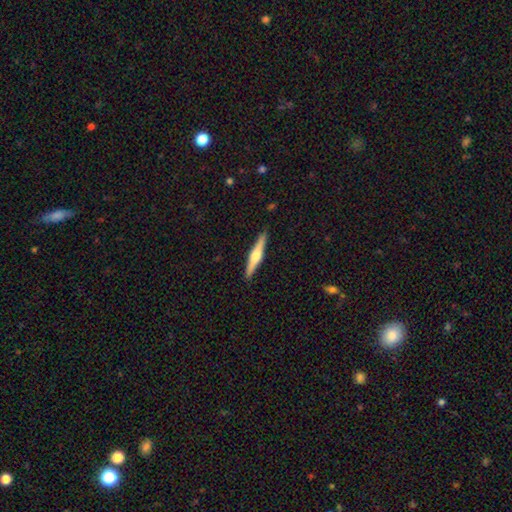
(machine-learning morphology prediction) type=featured or disk (66%); edge-on=yes (98%); edge-on bulge=rounded (92%); merging=none (91%).